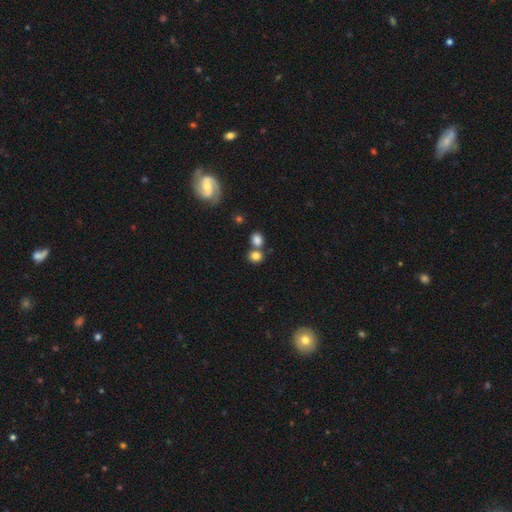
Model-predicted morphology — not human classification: Smooth or featured? smooth (81%)
How rounded? round (73%)
Merging? none (53%)